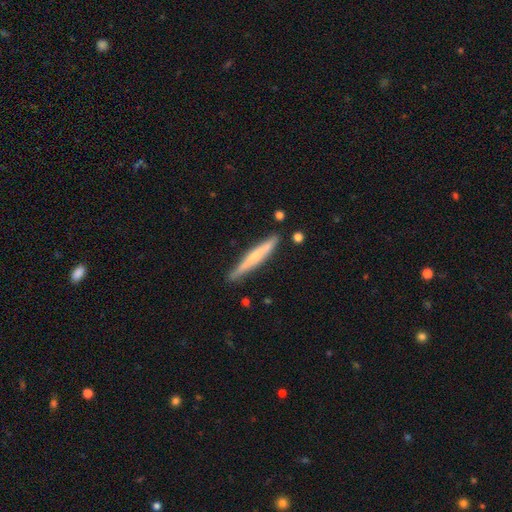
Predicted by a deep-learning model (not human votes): Smooth or featured? smooth (48%)
Merging? none (85%)